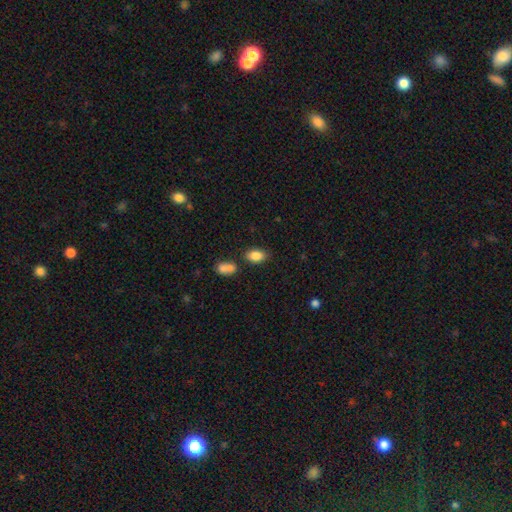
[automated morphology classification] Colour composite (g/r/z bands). It shows a smooth galaxy with no disk features (85%) that is in between round and cigar-shaped (87%). Merging: none (73%).